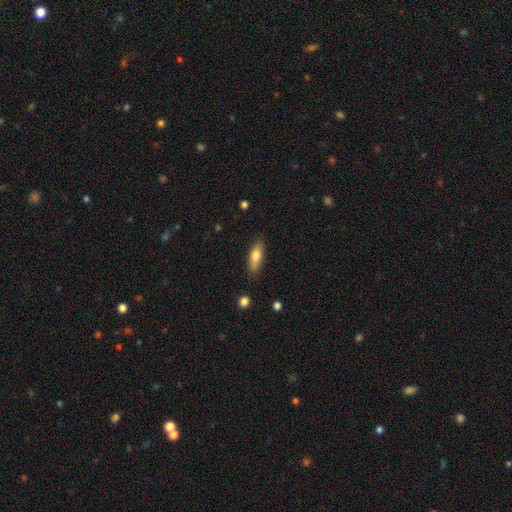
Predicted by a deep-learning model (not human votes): Smooth or featured: smooth — 74% (featured or disk — 20%)
How rounded: in between — 59% (cigar-shaped — 38%)
Merging: none — 81% (minor disturbance — 15%)